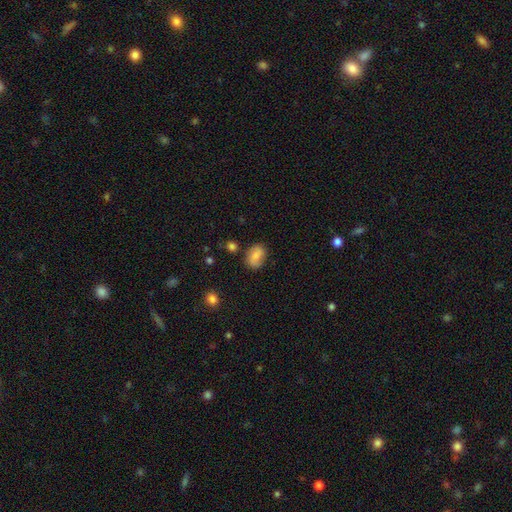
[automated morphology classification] Smooth or featured? Predicted: smooth (p=0.75). How rounded? Predicted: in between (p=0.77). Merging? Predicted: none (p=0.73).